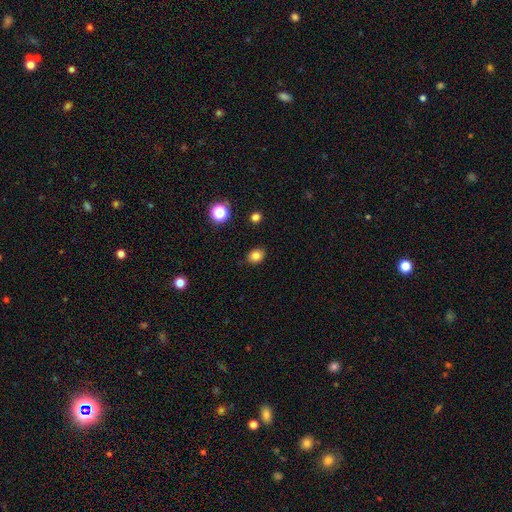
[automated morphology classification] Overall: smooth (81%). How rounded: in between (51%; round 48%). Merging: none (85%).